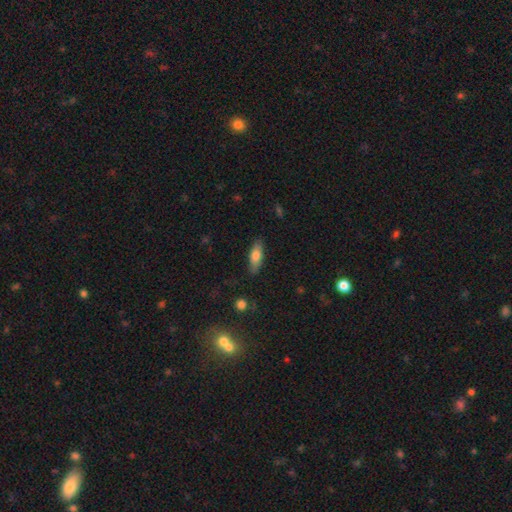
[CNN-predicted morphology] Overall: smooth (70%). How rounded: in between (62%; cigar-shaped 36%). Merging: none (83%).